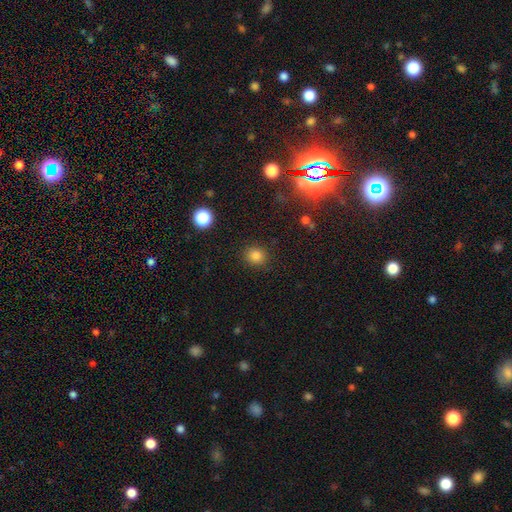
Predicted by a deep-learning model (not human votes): smooth_or_featured: smooth (p=0.82) [alt: star or artifact p=0.13]
how_rounded: round (p=0.85) [alt: in between p=0.14]
merging: none (p=0.89) [alt: minor disturbance p=0.07]